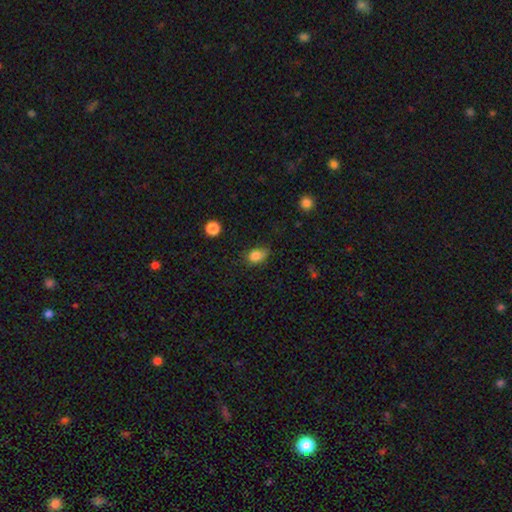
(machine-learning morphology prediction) type=smooth (83%); roundness=in between (69%); merging=none (62%).